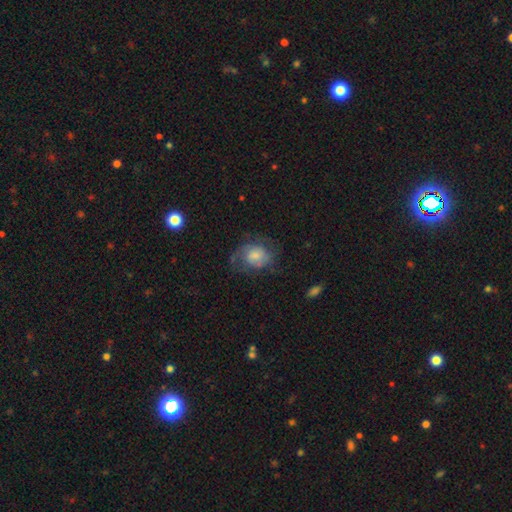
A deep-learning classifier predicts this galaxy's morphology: Smooth or featured? featured or disk (49%)
Merging? none (50%)